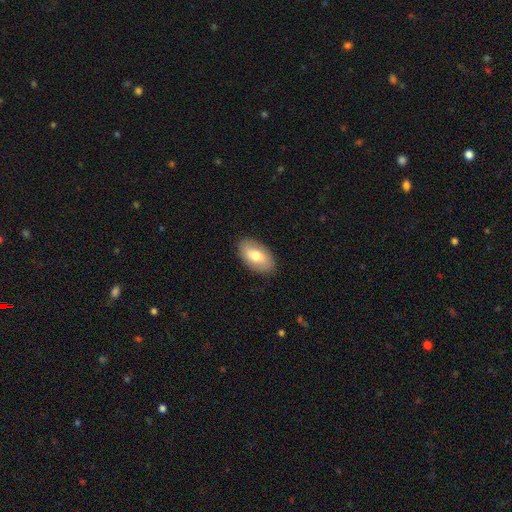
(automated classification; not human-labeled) Smooth or featured? Predicted: smooth (p=0.70). How rounded? Predicted: in between (p=0.94). Merging? Predicted: none (p=0.86).